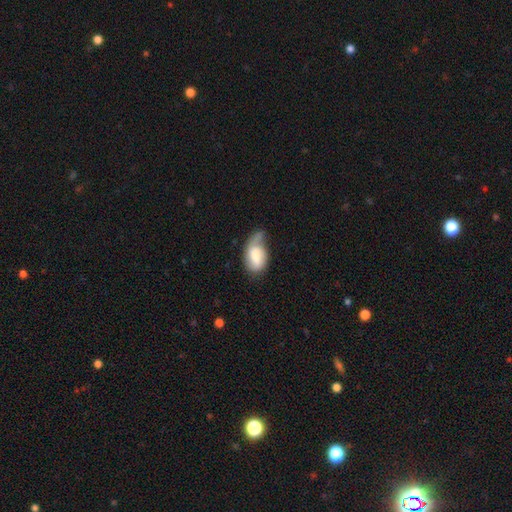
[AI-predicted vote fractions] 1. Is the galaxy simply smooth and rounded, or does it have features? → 65% smooth, 28% featured or disk, 7% star or artifact.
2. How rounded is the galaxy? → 89% in between, 9% round, 2% cigar-shaped.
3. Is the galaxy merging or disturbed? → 39% minor disturbance, 28% major disturbance, 25% none, 9% merger.